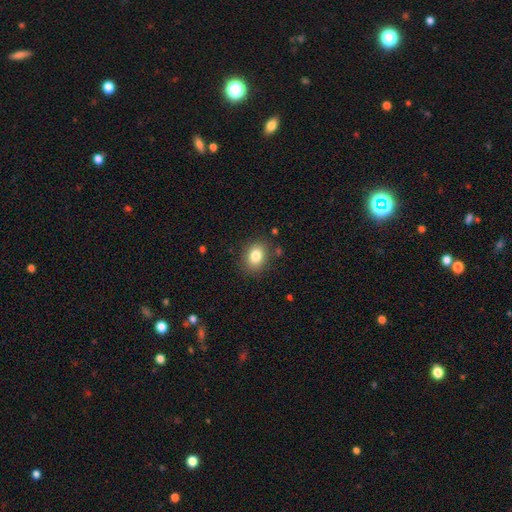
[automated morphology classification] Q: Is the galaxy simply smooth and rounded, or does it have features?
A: smooth — 82%.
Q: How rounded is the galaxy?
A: in between — 58%.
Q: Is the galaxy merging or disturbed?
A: none — 84%.